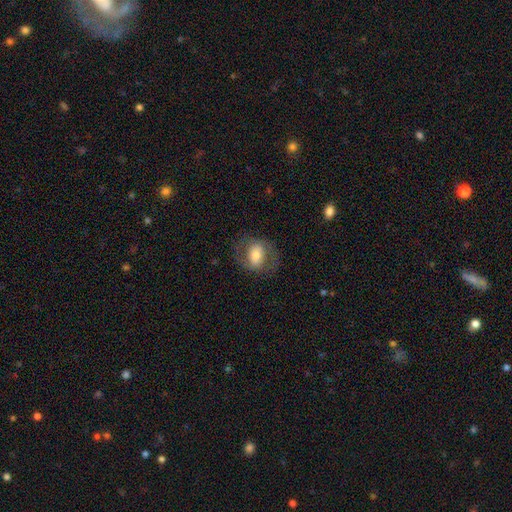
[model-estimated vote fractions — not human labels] Q: Smooth or featured?
A: smooth (54%); runner-up: featured or disk (39%)
Q: How rounded?
A: in between (58%); runner-up: round (40%)
Q: Merging?
A: none (72%); runner-up: minor disturbance (15%)